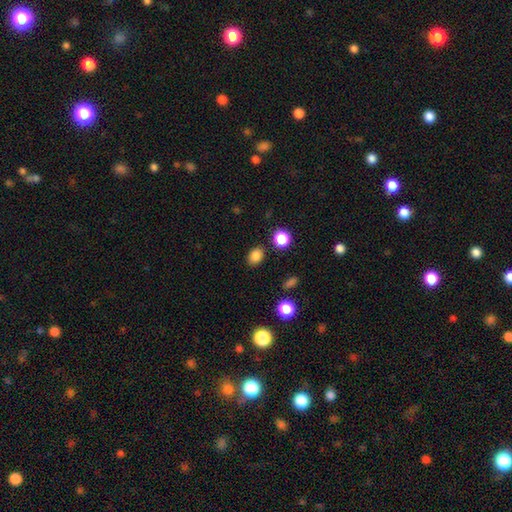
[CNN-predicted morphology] Smooth or featured? Predicted: smooth (p=0.83). How rounded? Predicted: in between (p=0.63). Merging? Predicted: none (p=0.85).